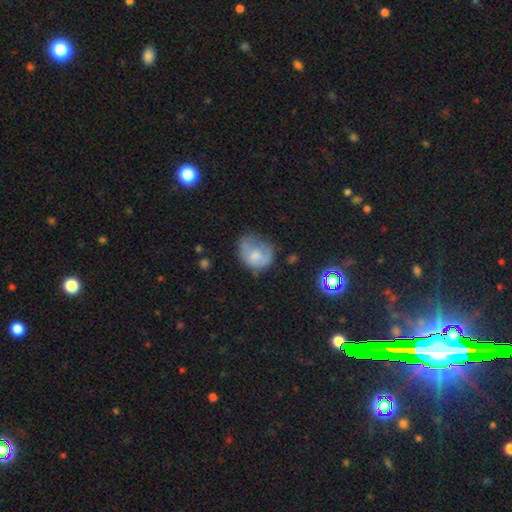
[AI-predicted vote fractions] This is possibly a smooth galaxy (59%). How rounded: possibly round (56%). Merging: marginally none (38%).